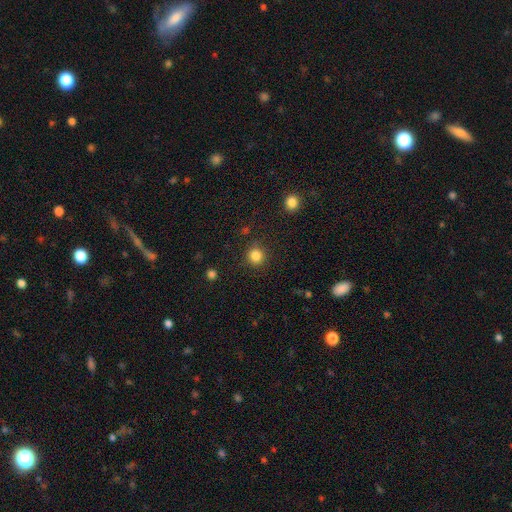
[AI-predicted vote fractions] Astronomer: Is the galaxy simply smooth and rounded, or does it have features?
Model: smooth — 84%.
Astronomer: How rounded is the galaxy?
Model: round — 91%.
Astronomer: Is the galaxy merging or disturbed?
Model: none — 87%.